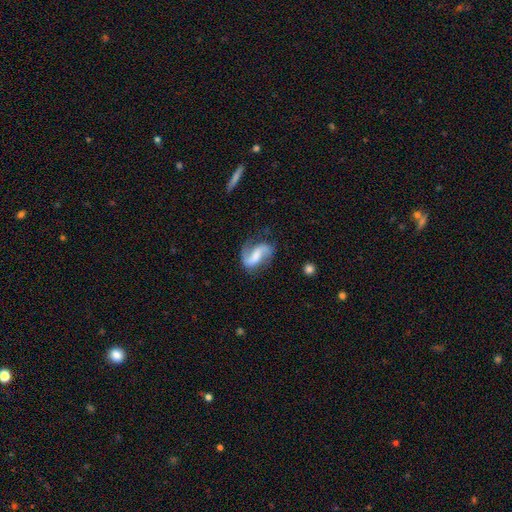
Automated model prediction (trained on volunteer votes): featured or disk 78%, smooth 15%, star or artifact 6%. Down the decision tree: edge-on disk — no (97%); bar — weak (41%); spiral arms — yes (95%); spiral arm count — 2 (89%); spiral winding — loose (52%); bulge size — moderate (31%); merging — none (67%).